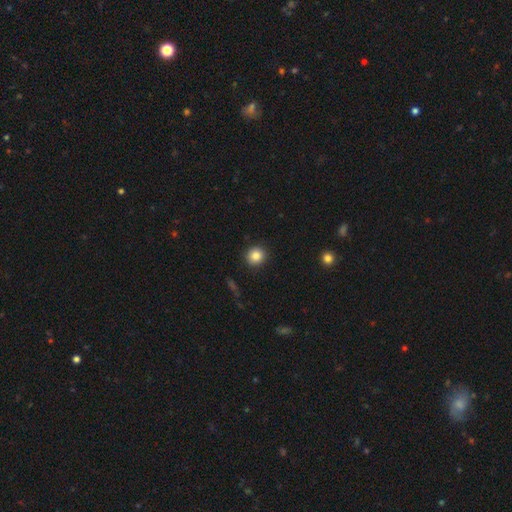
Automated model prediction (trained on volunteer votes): Smooth or featured: smooth — 85% (star or artifact — 10%)
How rounded: round — 91% (in between — 8%)
Merging: none — 91% (minor disturbance — 6%)